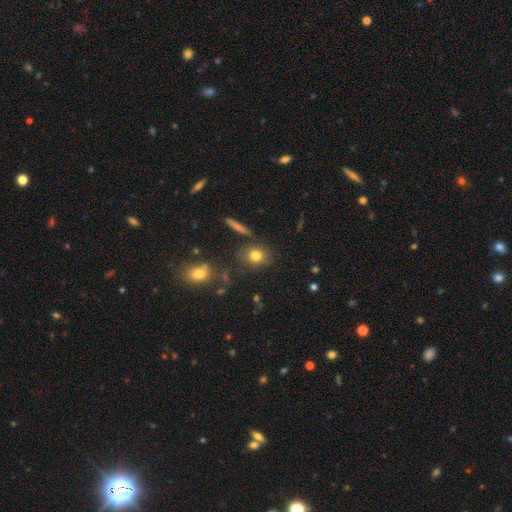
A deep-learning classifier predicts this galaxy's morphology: smooth_or_featured: smooth (p=0.79) [alt: star or artifact p=0.11]
how_rounded: round (p=0.62) [alt: in between p=0.36]
merging: none (p=0.75) [alt: minor disturbance p=0.13]